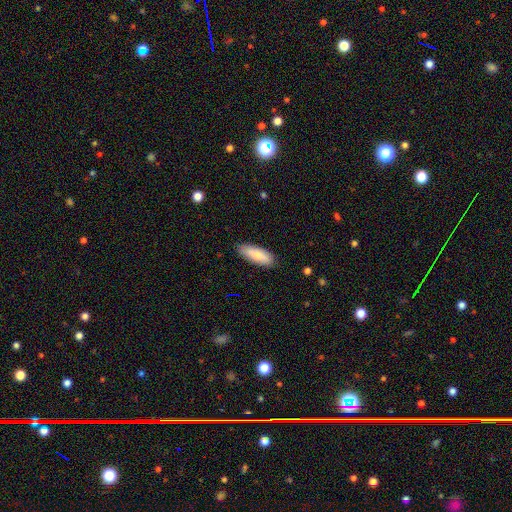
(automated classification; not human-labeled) smooth_or_featured: smooth (p=0.76) [alt: featured or disk p=0.18]
how_rounded: in between (p=0.67) [alt: cigar-shaped p=0.31]
merging: none (p=0.84) [alt: minor disturbance p=0.13]